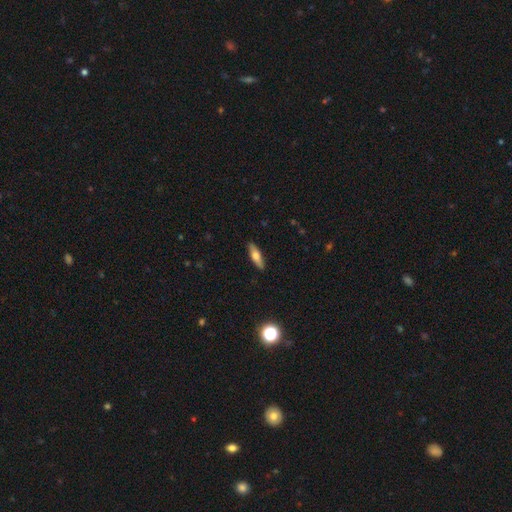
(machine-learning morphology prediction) Smooth or featured?
  - smooth: 59% *
  - featured or disk: 34%
  - star or artifact: 7%
How rounded?
  - cigar-shaped: 59% *
  - in between: 38%
  - round: 2%
Merging?
  - none: 88% *
  - minor disturbance: 9%
  - major disturbance: 2%
  - merger: 1%